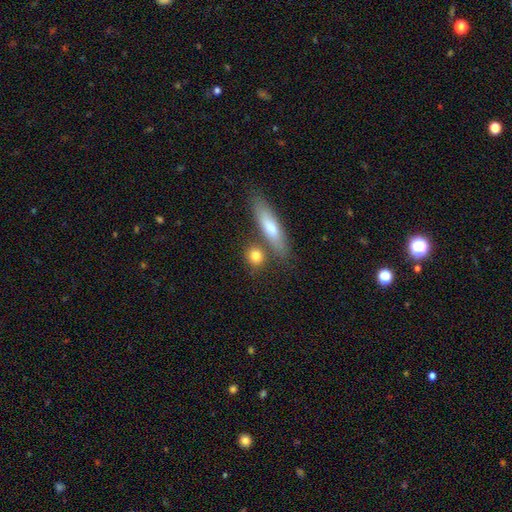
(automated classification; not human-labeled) smooth 81%, featured or disk 12%, star or artifact 8%. Down the decision tree: how rounded — round (57%); merging — none (70%).